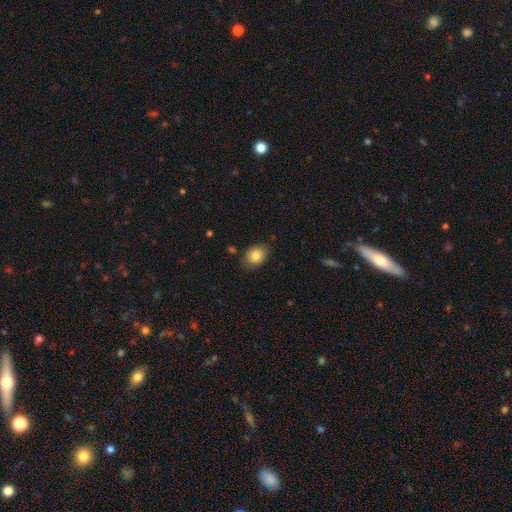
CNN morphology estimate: Q: Smooth or featured?
A: smooth (83%); runner-up: star or artifact (9%)
Q: How rounded?
A: in between (55%); runner-up: round (44%)
Q: Merging?
A: none (80%); runner-up: minor disturbance (15%)